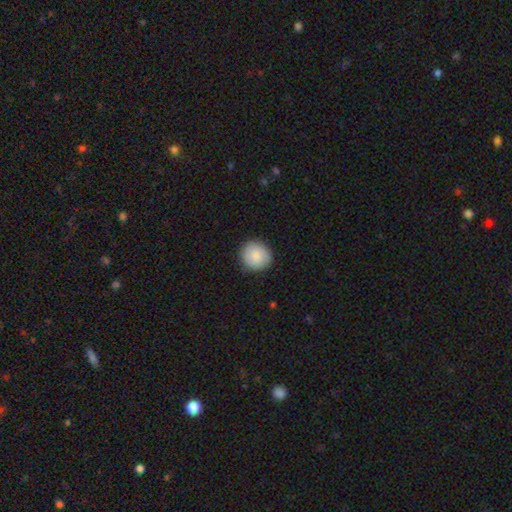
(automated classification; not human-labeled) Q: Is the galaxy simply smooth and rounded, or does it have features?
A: smooth — 85%.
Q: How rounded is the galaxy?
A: round — 90%.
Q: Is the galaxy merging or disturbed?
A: none — 88%.